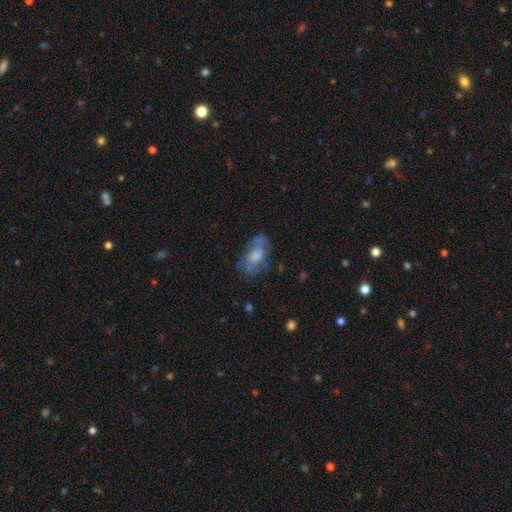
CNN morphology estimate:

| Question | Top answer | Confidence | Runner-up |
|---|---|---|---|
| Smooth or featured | featured or disk | 47% | smooth (44%) |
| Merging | none | 52% | minor disturbance (24%) |